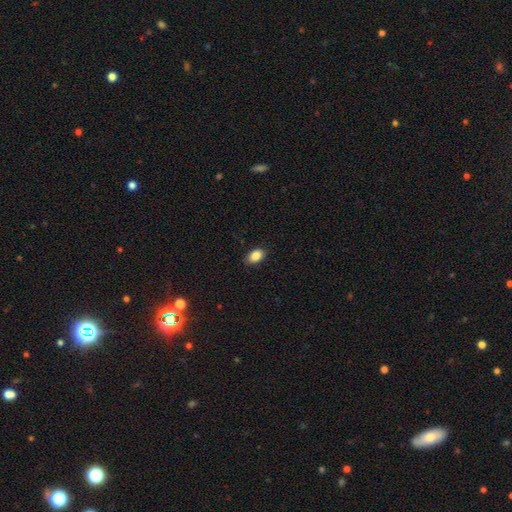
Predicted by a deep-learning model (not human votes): A smooth galaxy with no disk features (87%) that is in between round and cigar-shaped (88%). Merging: none (87%).